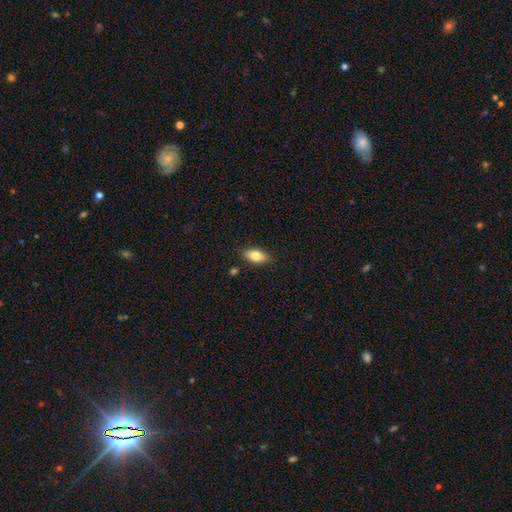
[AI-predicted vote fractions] This appears to be a smooth galaxy with no disk features (75%) that is in between round and cigar-shaped (84%). Merging: none (86%).